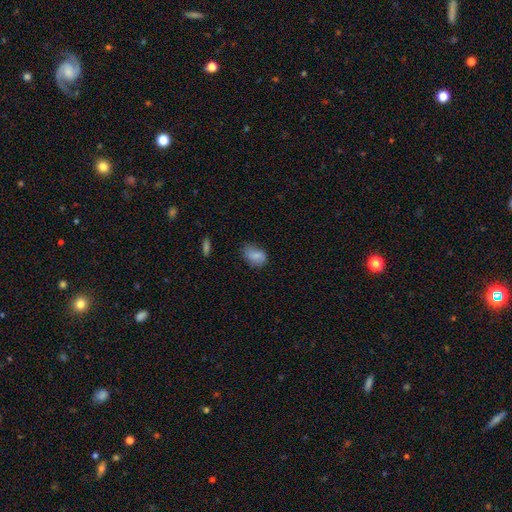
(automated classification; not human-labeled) Smooth or featured? Predicted: smooth (p=0.79). How rounded? Predicted: in between (p=0.79). Merging? Predicted: none (p=0.59).